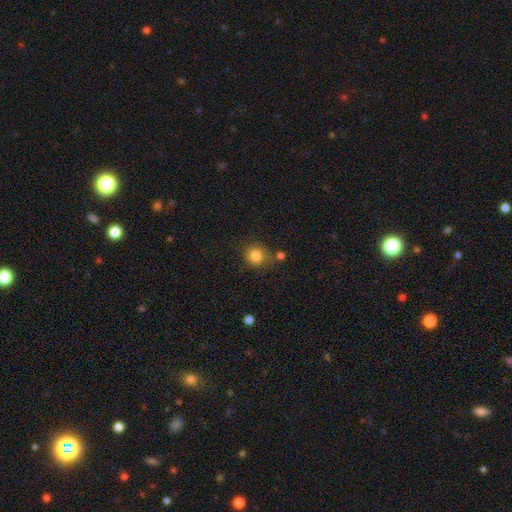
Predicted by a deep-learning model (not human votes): Smooth or featured? Predicted: smooth (p=0.83). How rounded? Predicted: round (p=0.86). Merging? Predicted: none (p=0.77).